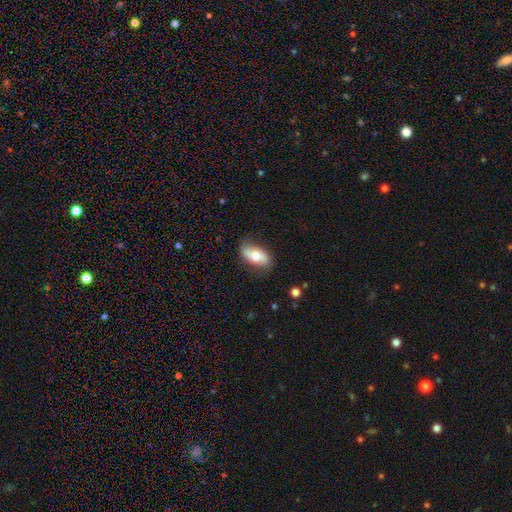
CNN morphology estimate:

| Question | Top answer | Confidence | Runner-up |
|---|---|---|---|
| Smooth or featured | smooth | 56% | featured or disk (38%) |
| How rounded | in between | 87% | cigar-shaped (8%) |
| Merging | none | 77% | minor disturbance (18%) |